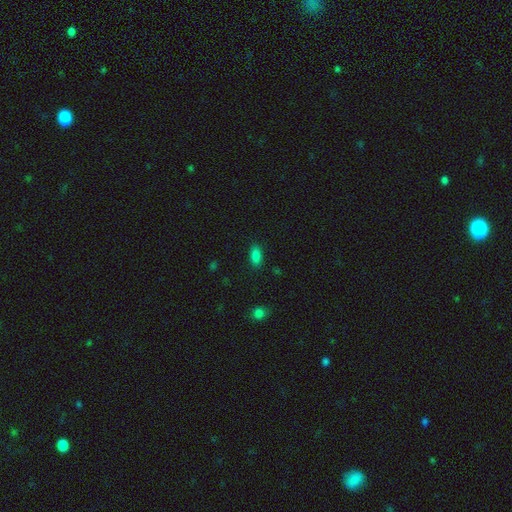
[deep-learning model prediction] This is clearly a smooth galaxy (84%). How rounded: clearly in between (89%). Merging: clearly none (85%).